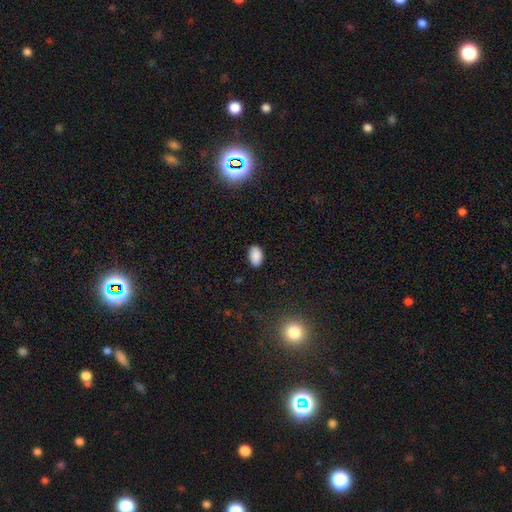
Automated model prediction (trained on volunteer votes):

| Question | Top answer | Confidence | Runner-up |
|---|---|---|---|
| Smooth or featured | smooth | 89% | star or artifact (8%) |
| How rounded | in between | 91% | round (7%) |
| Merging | none | 86% | minor disturbance (11%) |